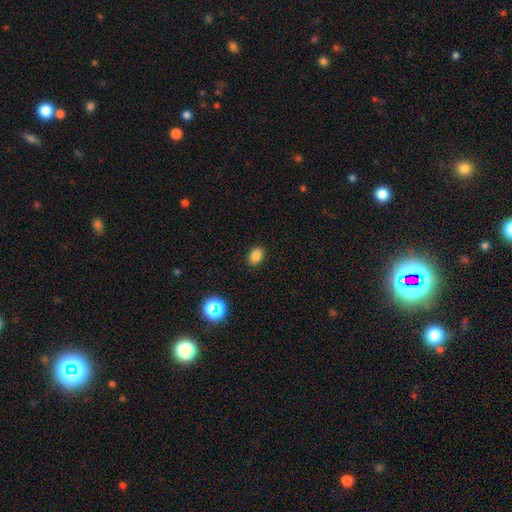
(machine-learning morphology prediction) This is clearly a smooth galaxy (83%). How rounded: likely in between (72%). Merging: clearly none (89%).